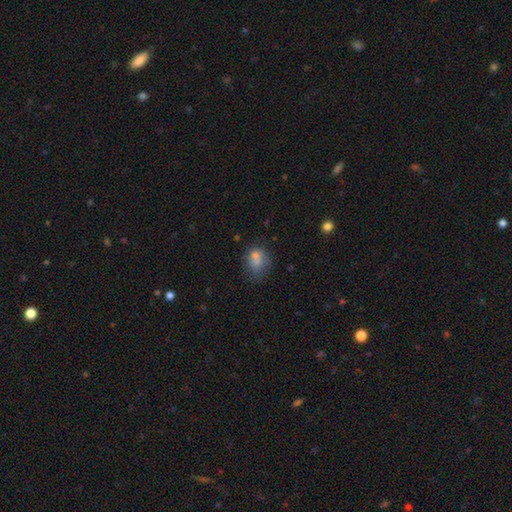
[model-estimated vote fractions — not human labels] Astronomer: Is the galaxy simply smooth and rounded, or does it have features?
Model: smooth — 71%.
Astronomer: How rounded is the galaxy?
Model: in between — 56% (runner-up: round, 42%).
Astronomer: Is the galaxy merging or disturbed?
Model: none — 44% (runner-up: minor disturbance, 25%).